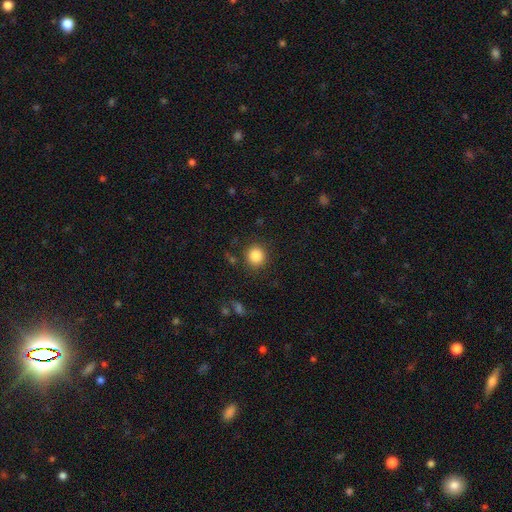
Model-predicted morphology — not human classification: Q: Smooth or featured?
A: smooth (86%); runner-up: star or artifact (10%)
Q: How rounded?
A: round (90%); runner-up: in between (9%)
Q: Merging?
A: none (87%); runner-up: minor disturbance (8%)